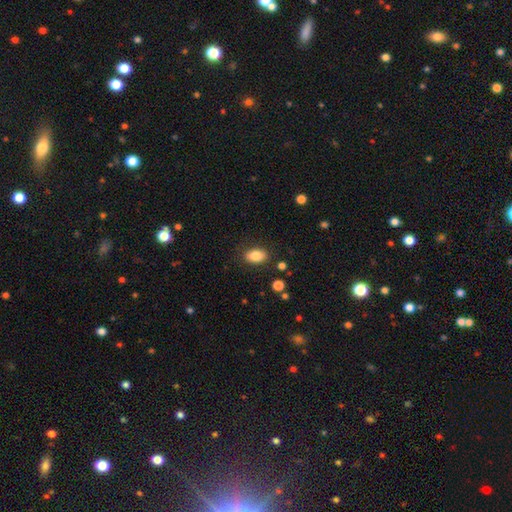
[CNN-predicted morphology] The model was most divided on "merging": none: 85%, minor disturbance: 10%, major disturbance: 3%, merger: 2%. More confident: how rounded — in between (88%); smooth or featured — smooth (85%).